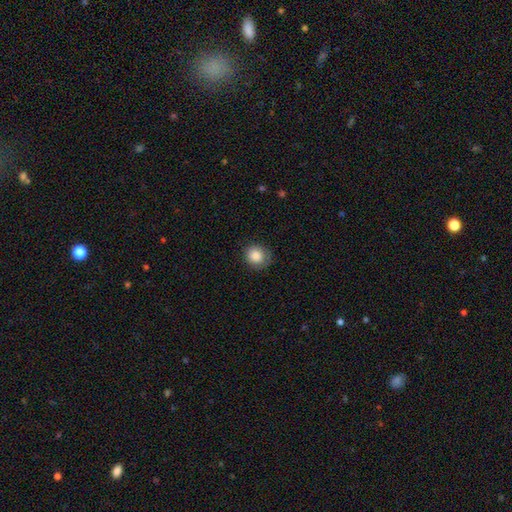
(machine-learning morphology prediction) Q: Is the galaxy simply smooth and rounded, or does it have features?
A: smooth — 86%.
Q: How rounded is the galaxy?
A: round — 83%.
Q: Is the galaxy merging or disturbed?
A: none — 77%.